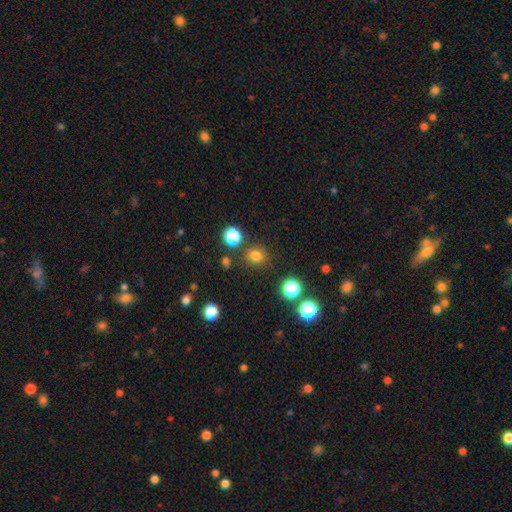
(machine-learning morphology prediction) Smooth or featured? smooth (78%)
How rounded? round (91%)
Merging? none (86%)